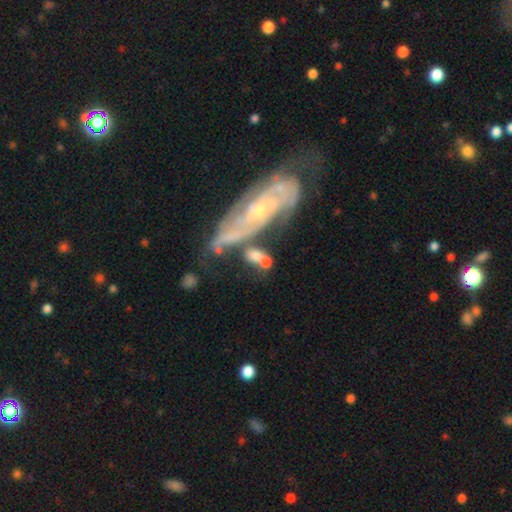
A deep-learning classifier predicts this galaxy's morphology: Smooth or featured?
  - smooth: 51% *
  - featured or disk: 40%
  - star or artifact: 9%
How rounded?
  - in between: 64% *
  - round: 27%
  - cigar-shaped: 8%
Merging?
  - merger: 39% *
  - none: 34%
  - minor disturbance: 16%
  - major disturbance: 12%